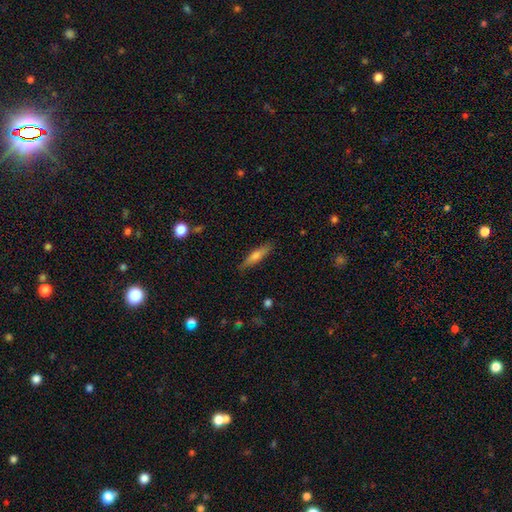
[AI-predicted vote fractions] This appears to be a smooth galaxy with no disk features (61%) that is cigar-shaped (79%). Merging: none (86%).